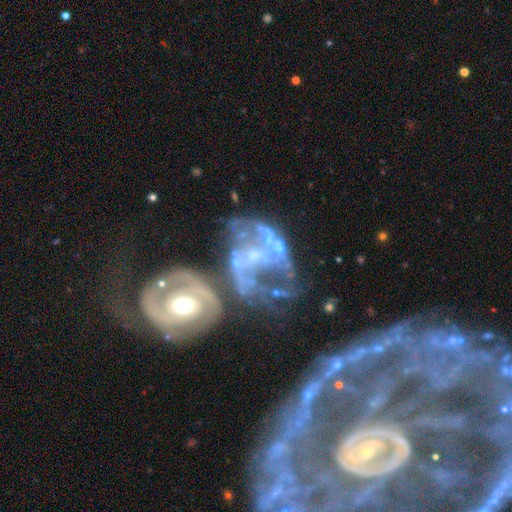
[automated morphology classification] This appears to be a featured or disk galaxy (78%) with no bar (70%), spiral arms (55%) and a small central bulge (38%). Merging: merger (40%).